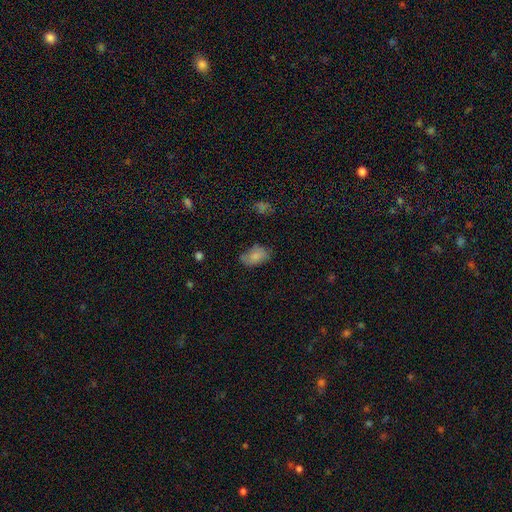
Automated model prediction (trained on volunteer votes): Morphology: type=smooth (78%); roundness=in between (91%); merging=none (60%).